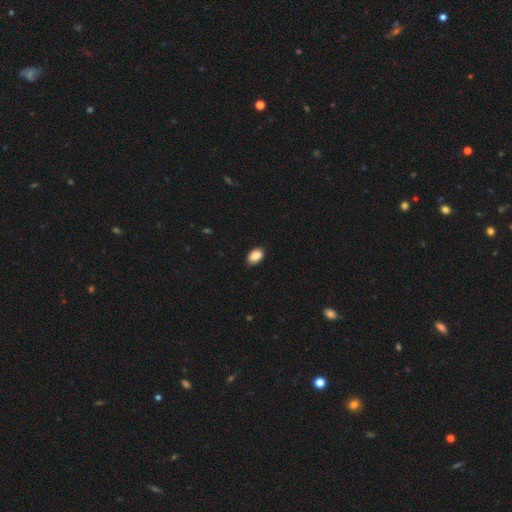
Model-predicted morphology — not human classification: A smooth galaxy with no disk features (88%) that is in between round and cigar-shaped (89%).

Vote fractions:
- Smooth or featured? smooth: 88% / star or artifact: 8% / featured or disk: 4%
- How rounded? in between: 89% / round: 10% / cigar-shaped: 1%
- Merging? none: 83% / minor disturbance: 14% / major disturbance: 2% / merger: 1%